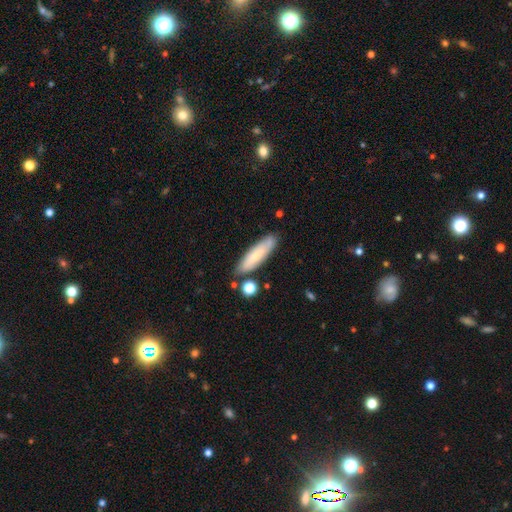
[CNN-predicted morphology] This appears to be a smooth galaxy with no disk features (69%) that is cigar-shaped (69%). Merging: none (77%).